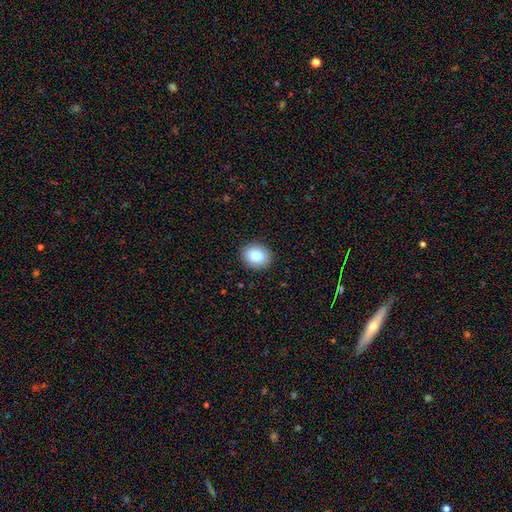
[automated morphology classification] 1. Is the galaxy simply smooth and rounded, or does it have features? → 82% smooth, 9% star or artifact, 9% featured or disk.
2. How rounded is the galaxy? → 54% in between, 45% round, 1% cigar-shaped.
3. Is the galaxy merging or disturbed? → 88% none, 9% minor disturbance, 2% major disturbance, 1% merger.